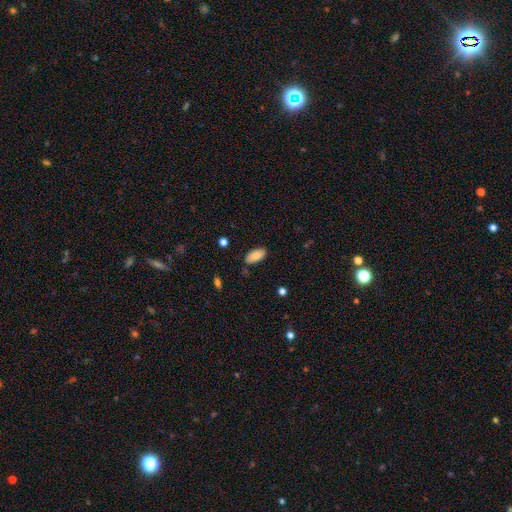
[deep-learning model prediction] The model was most divided on "merging": none: 83%, minor disturbance: 12%, major disturbance: 3%, merger: 2%. More confident: how rounded — in between (92%); smooth or featured — smooth (86%).